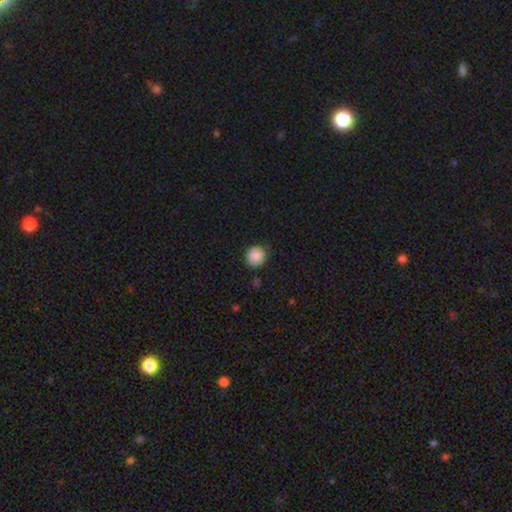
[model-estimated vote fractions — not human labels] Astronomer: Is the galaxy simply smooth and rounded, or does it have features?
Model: smooth — 88%.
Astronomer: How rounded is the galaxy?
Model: round — 87%.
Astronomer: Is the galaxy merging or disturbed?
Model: none — 80%.